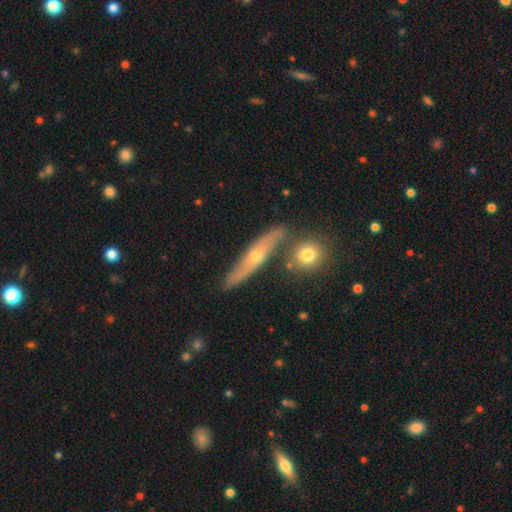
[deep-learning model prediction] Smooth or featured? featured or disk (66%)
Edge-on disk? yes (77%)
Edge-on bulge? rounded (82%)
Merging? none (76%)